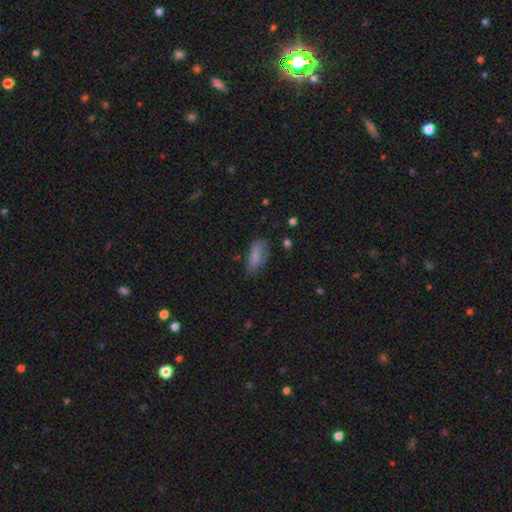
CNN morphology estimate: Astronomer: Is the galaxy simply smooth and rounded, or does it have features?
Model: smooth — 75%.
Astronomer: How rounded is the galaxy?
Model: in between — 83%.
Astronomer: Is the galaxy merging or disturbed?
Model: none — 54% (runner-up: minor disturbance, 30%).